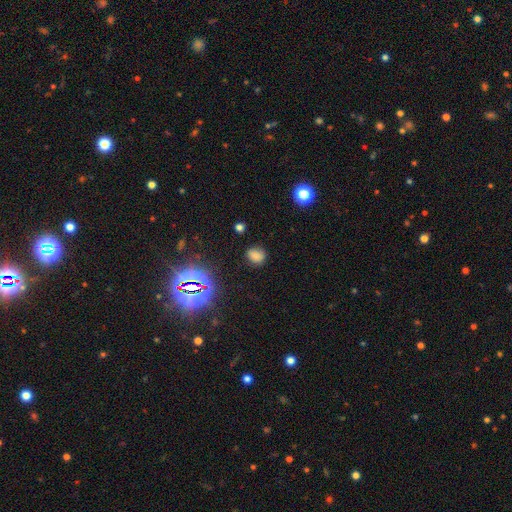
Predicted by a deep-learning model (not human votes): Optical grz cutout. It shows a smooth galaxy with no disk features (73%) that is round (51%). Merging: none (80%).